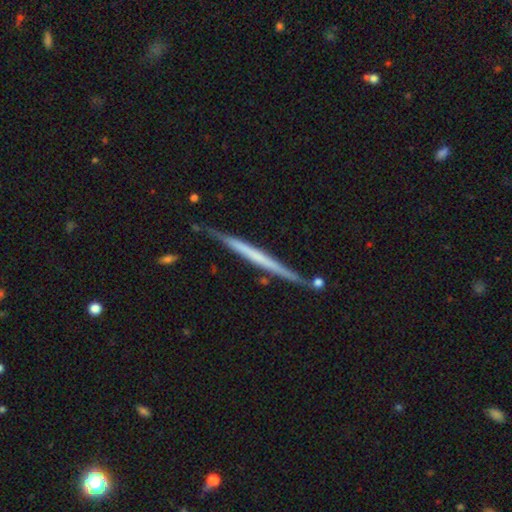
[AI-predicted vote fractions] This is likely a featured or disk galaxy (62%). It is clearly viewed edge-on (97%). Edge-on bulge: clearly none (84%). Merging: clearly none (83%).